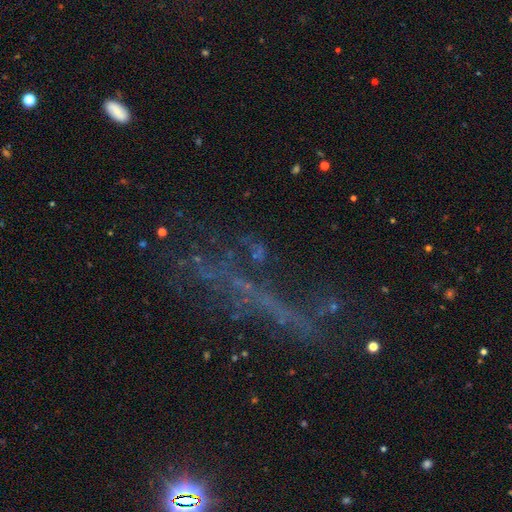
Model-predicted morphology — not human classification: Smooth or featured?
  - star or artifact: 49% *
  - featured or disk: 32%
  - smooth: 19%